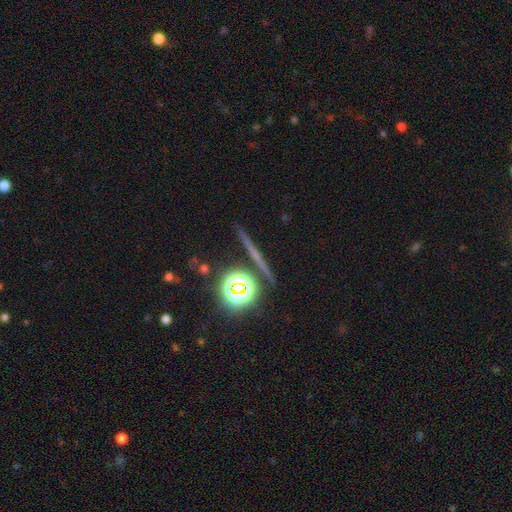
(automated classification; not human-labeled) A star or artifact, not a galaxy (40%).